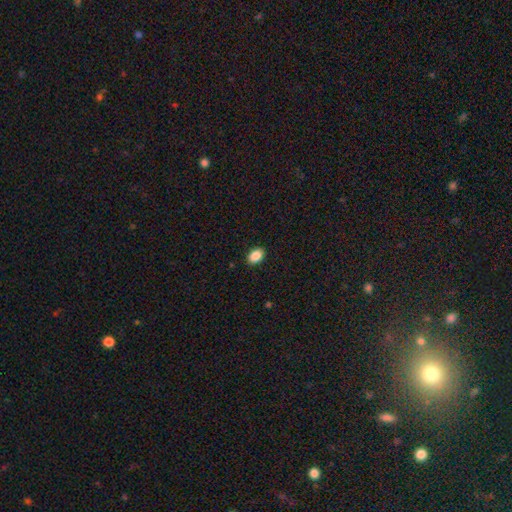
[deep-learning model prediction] Morphology: type=smooth (89%); roundness=in between (84%); merging=none (90%).